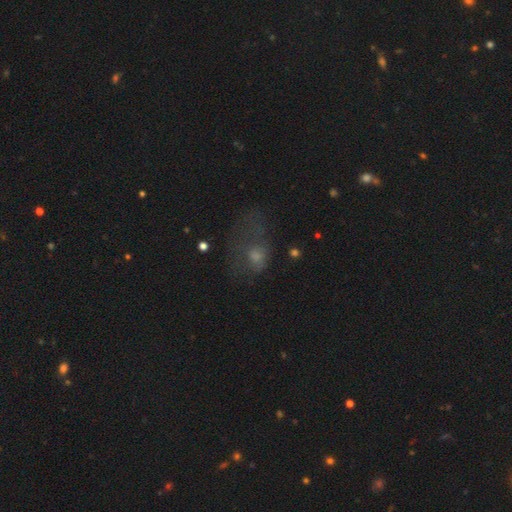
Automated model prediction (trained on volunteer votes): Q: Smooth or featured?
A: smooth (51%); runner-up: featured or disk (30%)
Q: How rounded?
A: in between (64%); runner-up: round (33%)
Q: Merging?
A: major disturbance (51%); runner-up: none (27%)